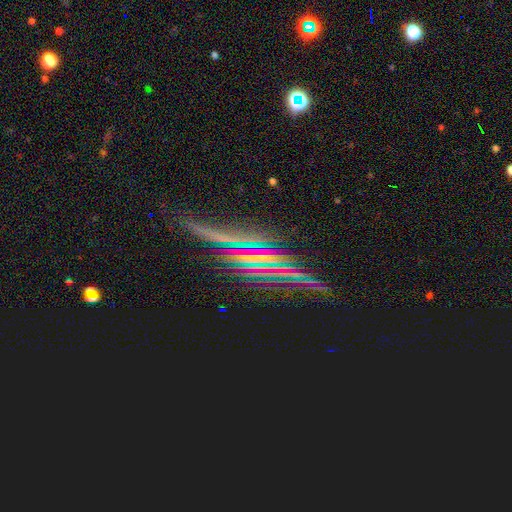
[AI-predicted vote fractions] A featured or disk galaxy (59%) viewed edge-on (76%).

Vote fractions:
- Smooth or featured? featured or disk: 59% / star or artifact: 29% / smooth: 11%
- Edge-on disk? yes: 76% / no: 24%
- Merging? none: 67% / minor disturbance: 15% / major disturbance: 11% / merger: 7%